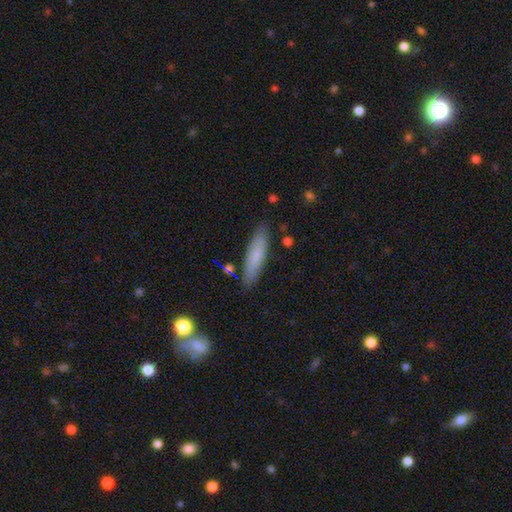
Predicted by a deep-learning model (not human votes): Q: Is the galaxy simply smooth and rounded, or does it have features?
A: smooth — 76%.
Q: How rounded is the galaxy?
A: cigar-shaped — 74%.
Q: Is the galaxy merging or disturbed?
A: none — 84%.